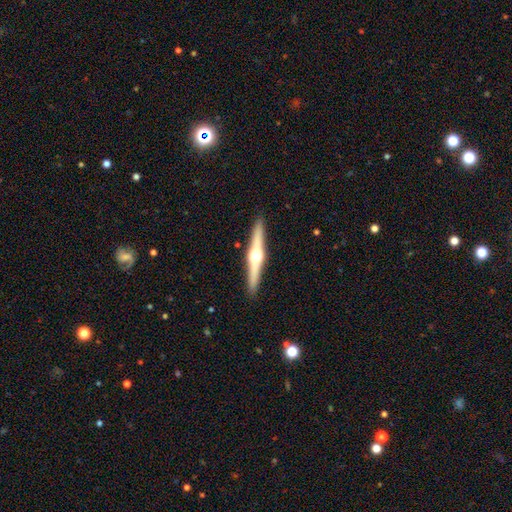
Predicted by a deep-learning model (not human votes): This is likely a featured or disk galaxy (74%). It is clearly viewed edge-on (98%). Edge-on bulge: clearly rounded (95%). Merging: clearly none (92%).